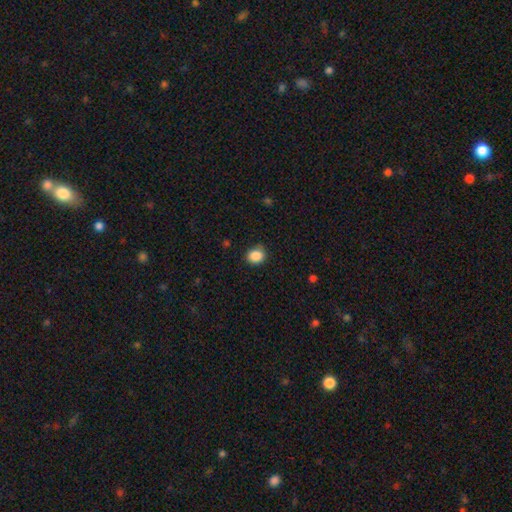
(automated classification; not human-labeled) smooth_or_featured: smooth (p=0.87) [alt: star or artifact p=0.09]
how_rounded: round (p=0.66) [alt: in between p=0.33]
merging: none (p=0.78) [alt: minor disturbance p=0.17]